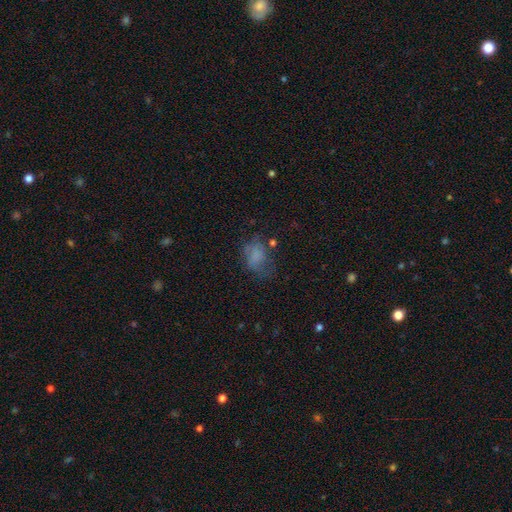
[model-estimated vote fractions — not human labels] Overall: smooth (62%; featured or disk 24%). How rounded: in between (74%). Merging: none (39%; major disturbance 30%).